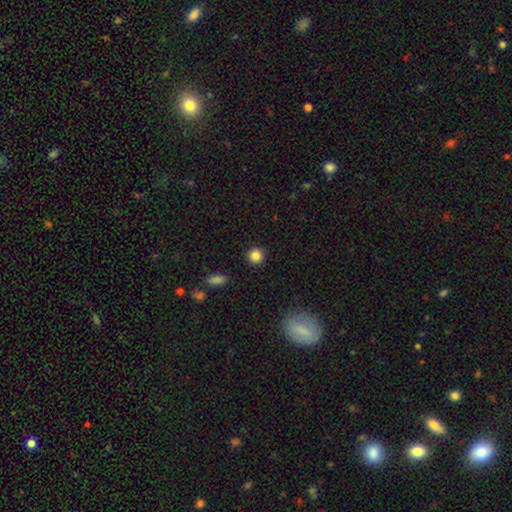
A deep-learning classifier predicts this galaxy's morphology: smooth-or-featured: smooth: 85% | star or artifact: 10% | featured or disk: 4%
  how-rounded: round: 93% | in between: 6% | cigar-shaped: 1%
  merging: none: 92% | minor disturbance: 5% | major disturbance: 2% | merger: 1%